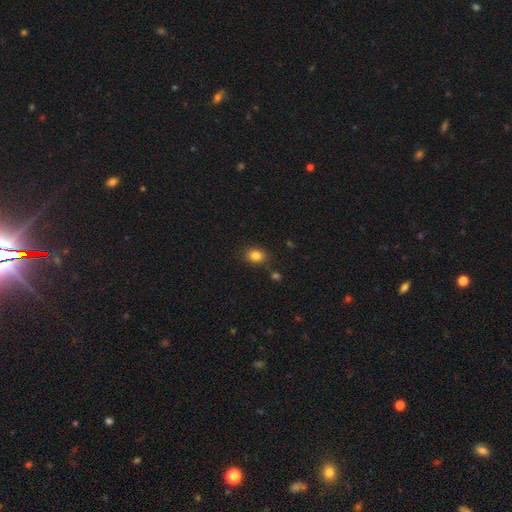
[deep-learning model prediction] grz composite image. It shows a smooth galaxy with no disk features (83%) that is in between round and cigar-shaped (54%). Merging: none (82%).